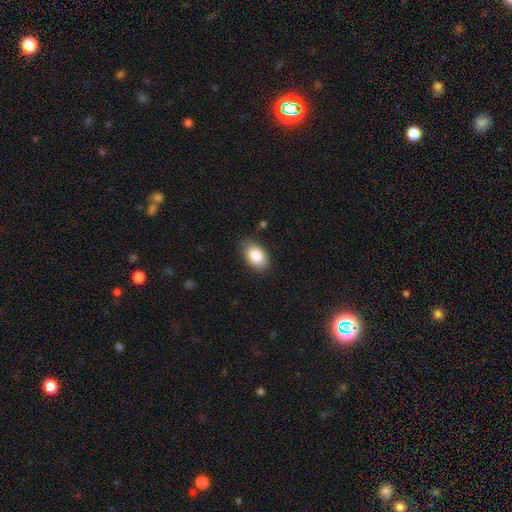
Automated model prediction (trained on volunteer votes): Smooth or featured?
  - smooth: 86% *
  - featured or disk: 7%
  - star or artifact: 7%
How rounded?
  - in between: 91% *
  - round: 8%
  - cigar-shaped: 1%
Merging?
  - none: 81% *
  - minor disturbance: 15%
  - major disturbance: 3%
  - merger: 1%